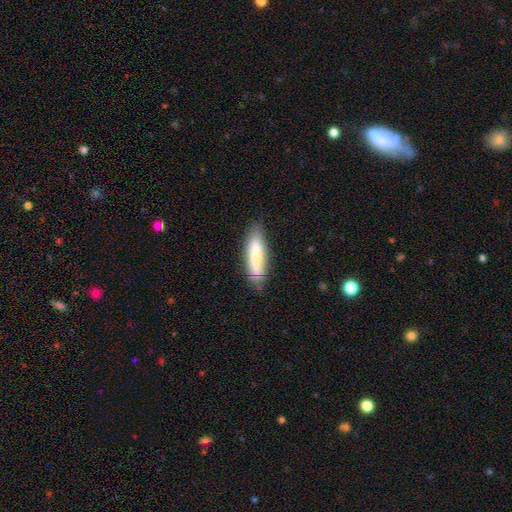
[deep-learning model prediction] Smooth or featured? smooth (76%)
How rounded? cigar-shaped (67%)
Merging? none (77%)